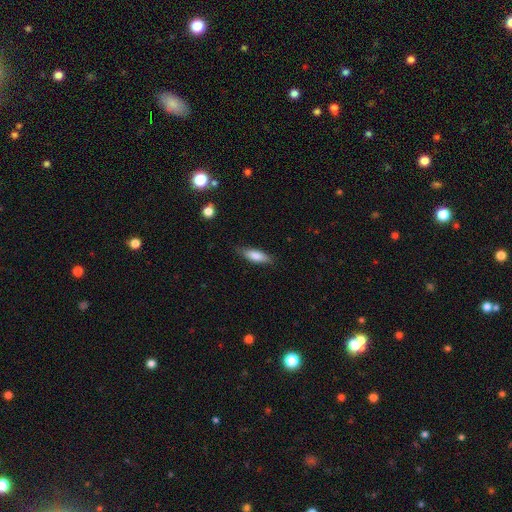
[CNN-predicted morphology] This appears to be a smooth galaxy with no disk features (80%) that is in between round and cigar-shaped (52%). Merging: none (82%).